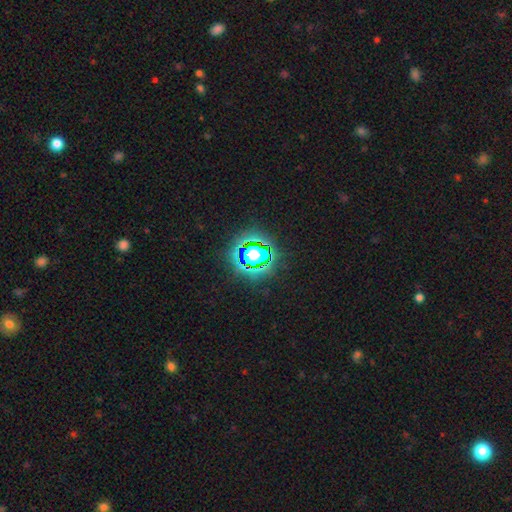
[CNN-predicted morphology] Smooth or featured? star or artifact (78%)